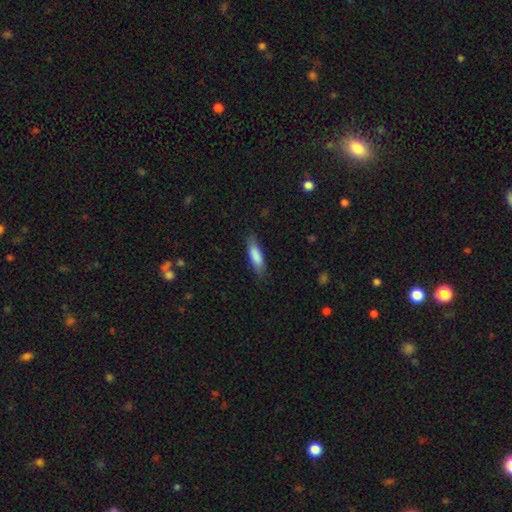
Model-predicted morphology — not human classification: Smooth or featured? Predicted: smooth (p=0.84). How rounded? Predicted: cigar-shaped (p=0.56). Merging? Predicted: none (p=0.80).